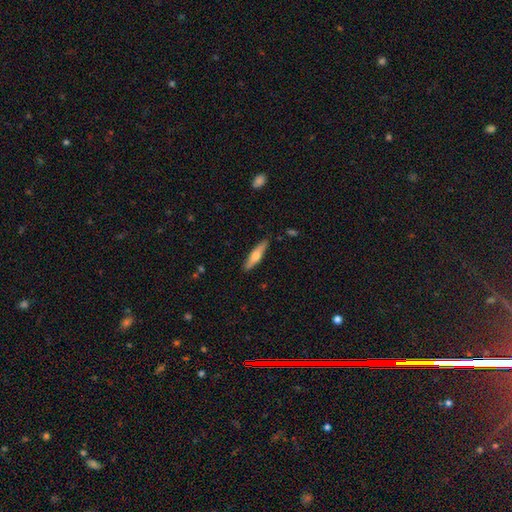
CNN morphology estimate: A smooth galaxy with no disk features (52%) that is cigar-shaped (78%). Merging: none (89%).